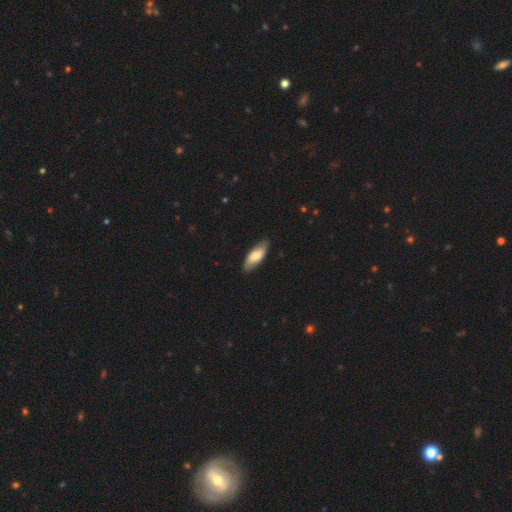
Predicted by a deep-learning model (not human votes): This appears to be a smooth galaxy with no disk features (72%) that is in between round and cigar-shaped (76%). Merging: none (84%).